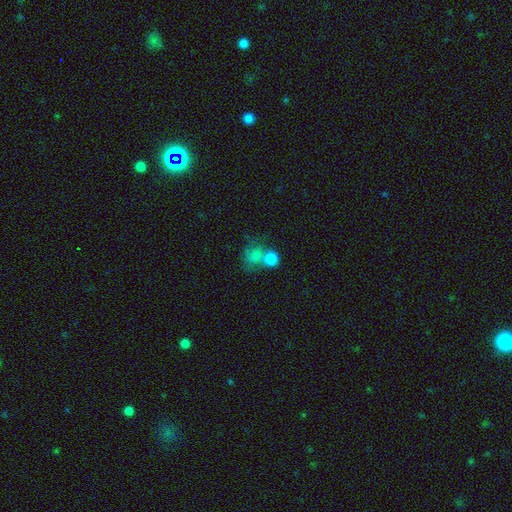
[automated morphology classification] A smooth galaxy with no disk features (75%) that is round (67%).

Vote fractions:
- Smooth or featured? smooth: 75% / featured or disk: 13% / star or artifact: 12%
- How rounded? round: 67% / in between: 32% / cigar-shaped: 1%
- Merging? merger: 42% / none: 33% / minor disturbance: 13% / major disturbance: 12%